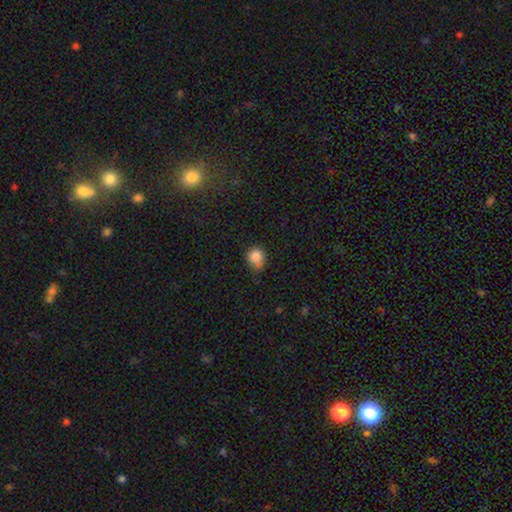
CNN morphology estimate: Smooth or featured: smooth — 84% (star or artifact — 10%)
How rounded: round — 75% (in between — 24%)
Merging: none — 54% (minor disturbance — 37%)